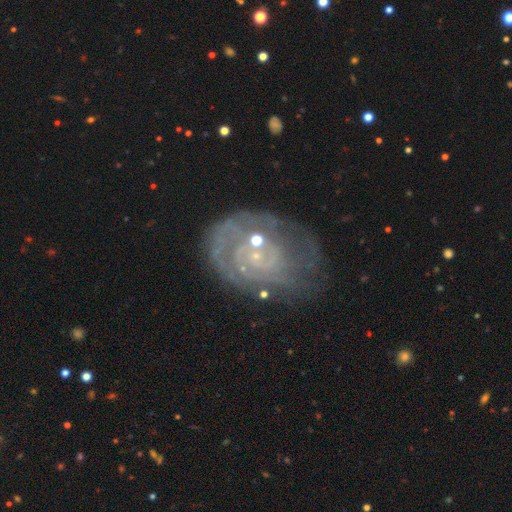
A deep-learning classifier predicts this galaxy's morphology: featured or disk 77%, smooth 13%, star or artifact 10%. Down the decision tree: edge-on disk — no (97%); bar — no (67%); spiral arms — yes (81%); spiral arm count — can't tell (45%); spiral winding — tight (68%); bulge size — small (73%); merging — none (57%).